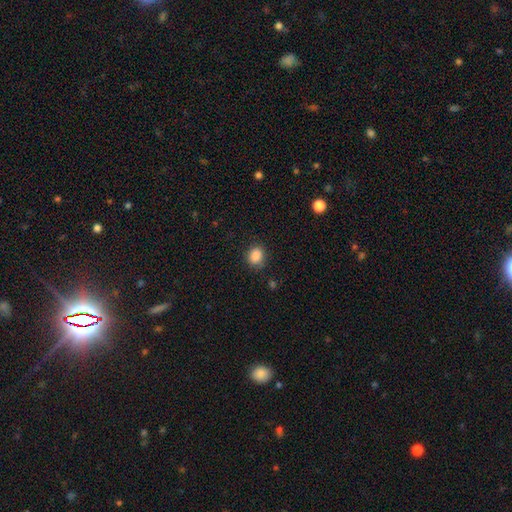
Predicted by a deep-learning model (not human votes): smooth_or_featured: smooth (p=0.88) [alt: star or artifact p=0.09]
how_rounded: round (p=0.62) [alt: in between p=0.37]
merging: none (p=0.84) [alt: minor disturbance p=0.12]